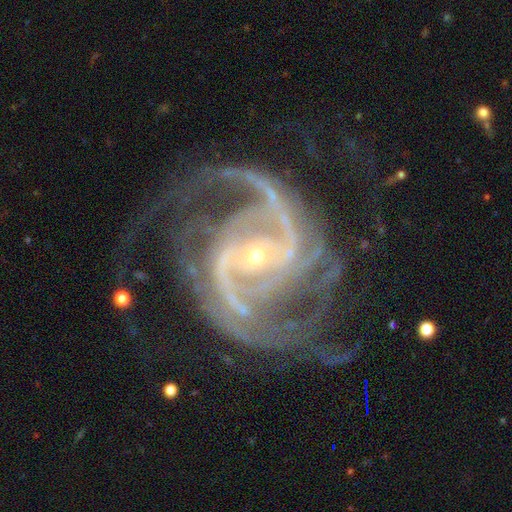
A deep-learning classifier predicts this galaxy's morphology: Smooth or featured: featured or disk — 93% (star or artifact — 5%)
Edge-on disk: no — 98% (yes — 2%)
Bar: no — 35% (weak — 33%)
Spiral arms: yes — 99% (no — 1%)
Spiral winding: medium — 55% (tight — 30%)
Spiral arm count: 2 — 53% (3 — 16%)
Bulge size: small — 79% (moderate — 17%)
Merging: none — 62% (major disturbance — 18%)